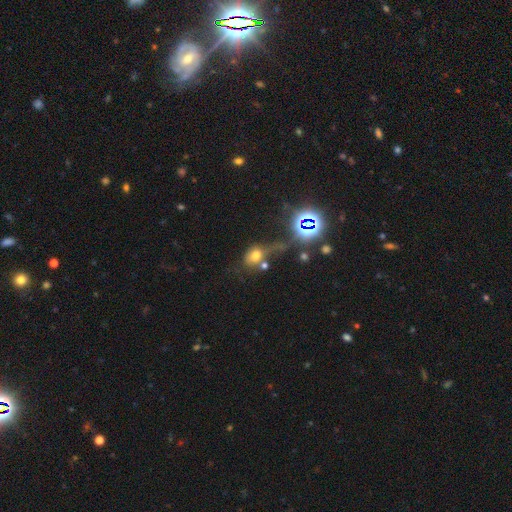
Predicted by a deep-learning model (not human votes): smooth_or_featured: smooth (p=0.61) [alt: star or artifact p=0.24]
how_rounded: in between (p=0.55) [alt: round p=0.42]
merging: none (p=0.34) [alt: merger p=0.27]